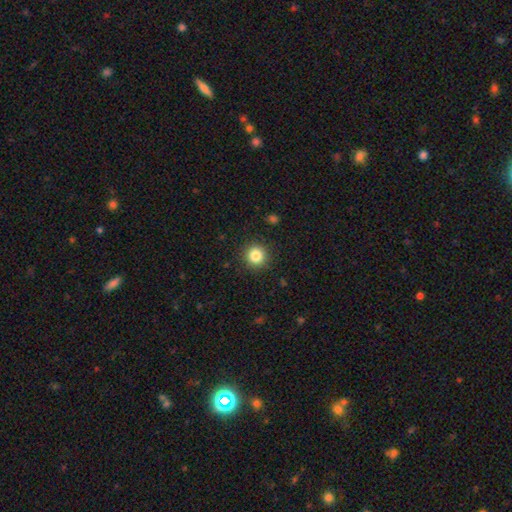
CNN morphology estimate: Q: Smooth or featured?
A: smooth (84%); runner-up: star or artifact (11%)
Q: How rounded?
A: round (94%); runner-up: in between (5%)
Q: Merging?
A: none (91%); runner-up: minor disturbance (6%)